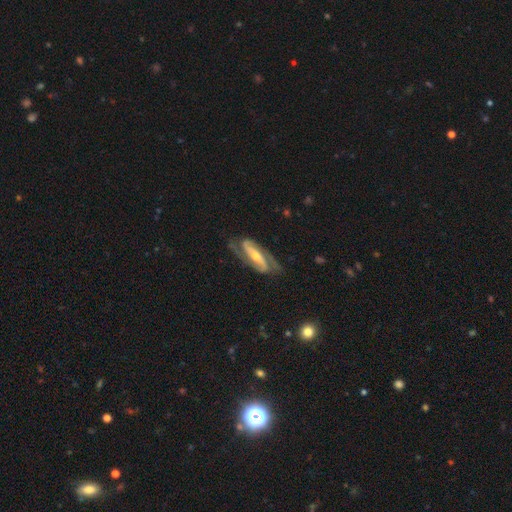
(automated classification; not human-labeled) This is clearly a featured or disk galaxy (88%). It is clearly not viewed edge-on (91%). Bar: possibly strong (59%). Spiral arm pattern: clearly yes (96%). Spiral arm count: clearly 2 (91%). Spiral winding: possibly medium (47%). Central bulge: possibly small (49%). Merging: likely none (74%).